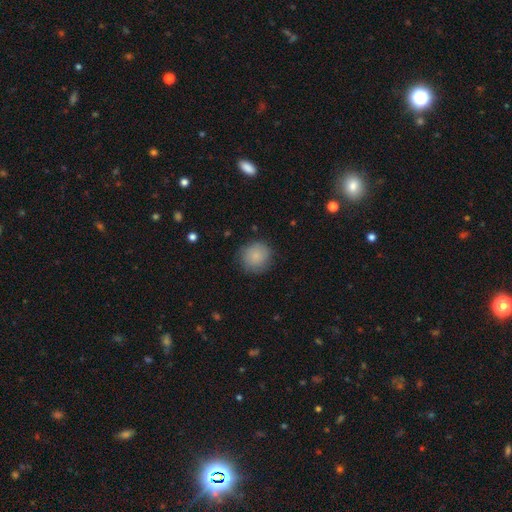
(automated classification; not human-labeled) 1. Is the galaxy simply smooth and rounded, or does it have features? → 84% smooth, 8% star or artifact, 8% featured or disk.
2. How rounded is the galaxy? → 92% round, 7% in between, 1% cigar-shaped.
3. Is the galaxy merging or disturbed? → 82% none, 13% minor disturbance, 4% major disturbance, 1% merger.